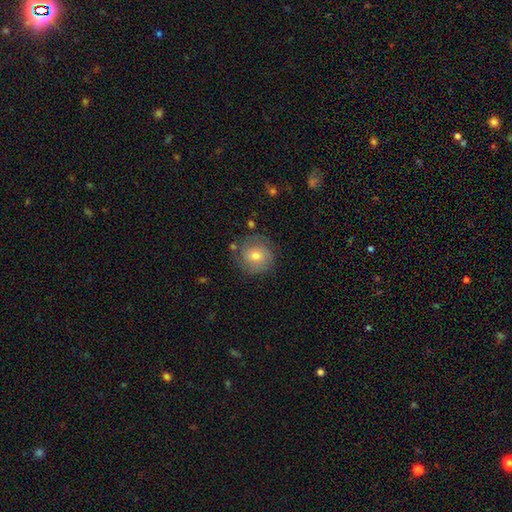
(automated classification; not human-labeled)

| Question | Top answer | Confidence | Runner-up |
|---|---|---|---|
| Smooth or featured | smooth | 51% | featured or disk (39%) |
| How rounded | round | 90% | in between (9%) |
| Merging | none | 76% | minor disturbance (16%) |